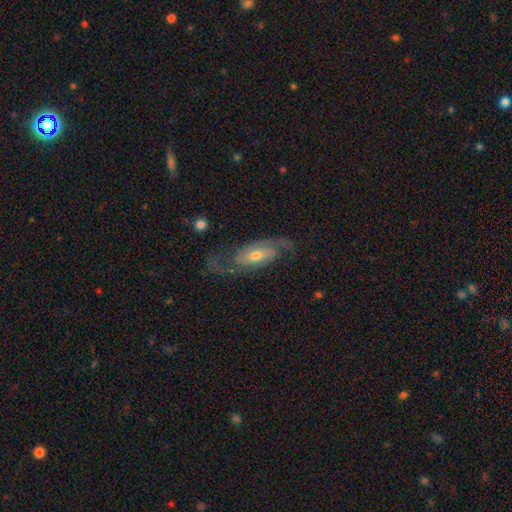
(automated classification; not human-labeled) Smooth or featured? Predicted: featured or disk (p=0.87). Edge-on disk? Predicted: no (p=0.94). Bar? Predicted: no (p=0.52). Spiral arms? Predicted: yes (p=0.97). Spiral winding? Predicted: medium (p=0.49). Spiral arm count? Predicted: 2 (p=0.91). Bulge size? Predicted: moderate (p=0.56). Merging? Predicted: none (p=0.72).